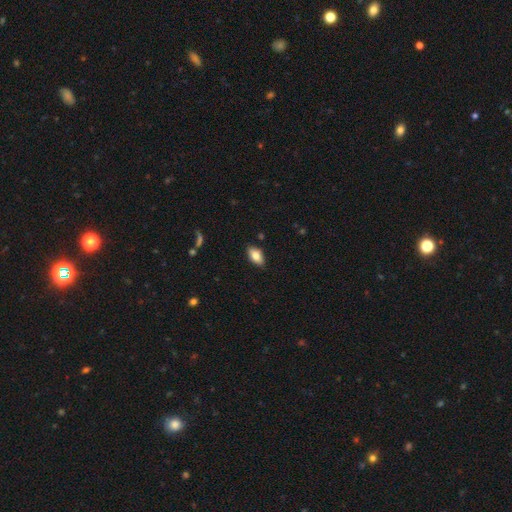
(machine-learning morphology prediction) A smooth galaxy with no disk features (78%) that is in between round and cigar-shaped (89%). Merging: none (86%).